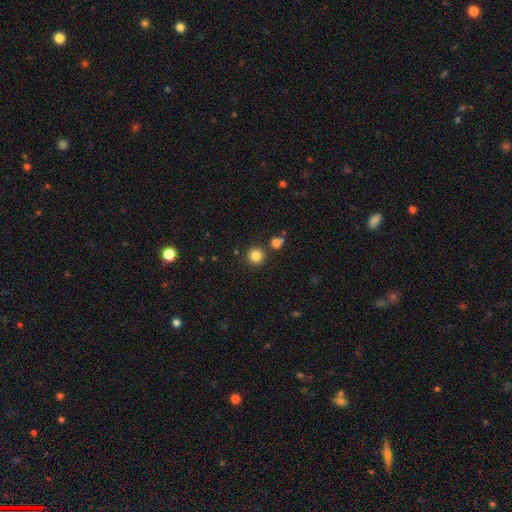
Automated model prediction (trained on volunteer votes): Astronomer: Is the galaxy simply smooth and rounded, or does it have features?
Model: smooth — 83%.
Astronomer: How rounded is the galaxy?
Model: round — 95%.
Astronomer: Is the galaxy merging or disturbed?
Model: none — 87%.